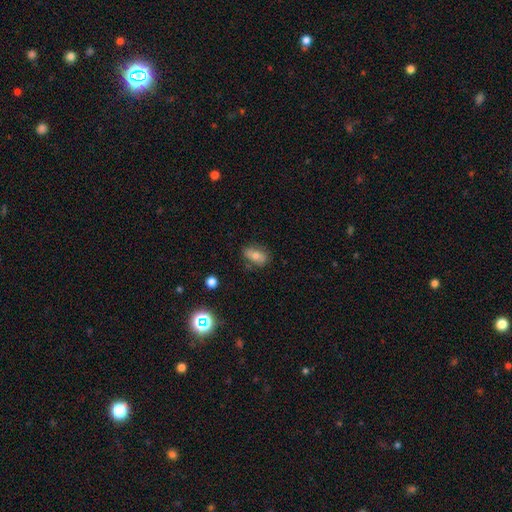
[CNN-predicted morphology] This appears to be a smooth galaxy with no disk features (68%) that is in between round and cigar-shaped (85%). Merging: none (71%).